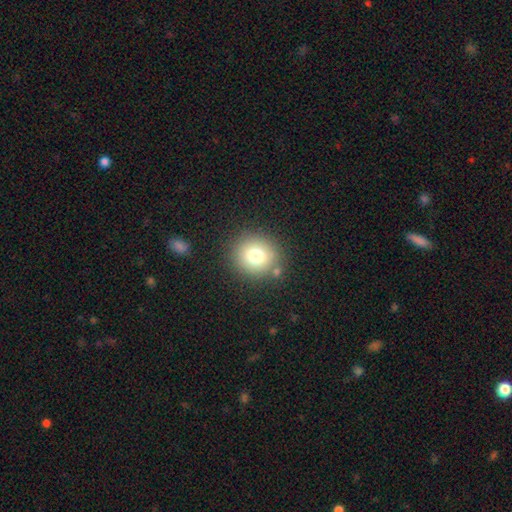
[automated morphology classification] A smooth galaxy with no disk features (76%) that is round (87%).

Vote fractions:
- Smooth or featured? smooth: 76% / star or artifact: 13% / featured or disk: 11%
- How rounded? round: 87% / in between: 12% / cigar-shaped: 1%
- Merging? none: 82% / minor disturbance: 9% / merger: 5% / major disturbance: 3%